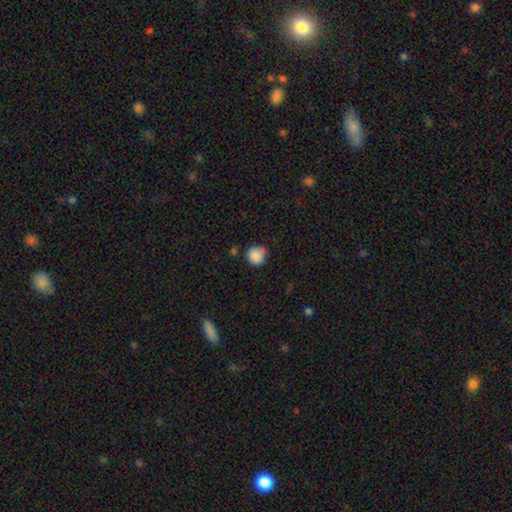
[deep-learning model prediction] smooth 87%, star or artifact 9%, featured or disk 5%. Down the decision tree: how rounded — round (90%); merging — none (69%).